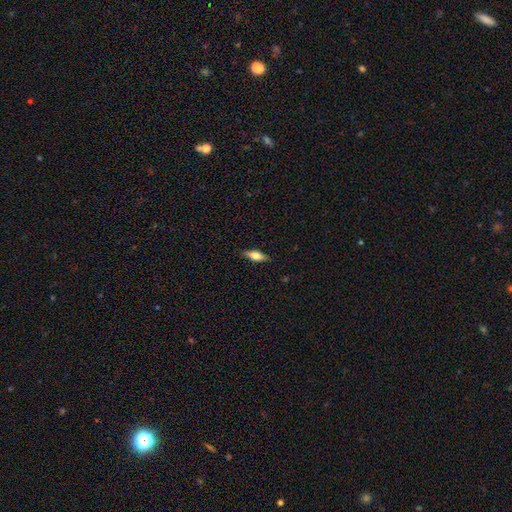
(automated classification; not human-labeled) smooth-or-featured: smooth: 58% | featured or disk: 35% | star or artifact: 7%
  how-rounded: in between: 62% | cigar-shaped: 35% | round: 3%
  merging: none: 87% | minor disturbance: 10% | major disturbance: 2% | merger: 1%